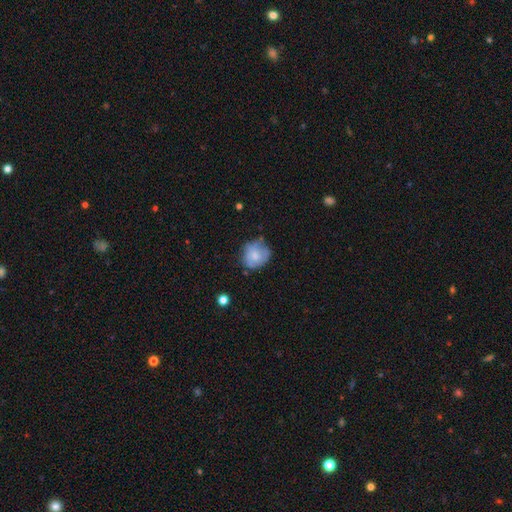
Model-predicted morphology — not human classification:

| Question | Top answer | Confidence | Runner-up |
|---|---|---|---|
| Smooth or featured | smooth | 63% | featured or disk (29%) |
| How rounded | round | 74% | in between (25%) |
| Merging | none | 56% | minor disturbance (30%) |